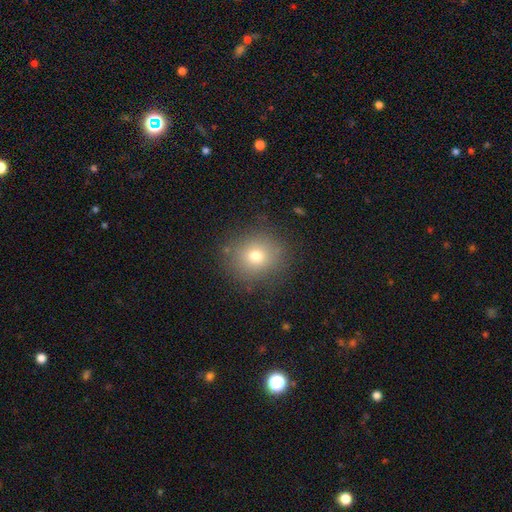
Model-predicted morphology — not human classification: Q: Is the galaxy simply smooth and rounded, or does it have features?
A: smooth — 73%.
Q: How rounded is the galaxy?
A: round — 82%.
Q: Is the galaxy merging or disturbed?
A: none — 84%.